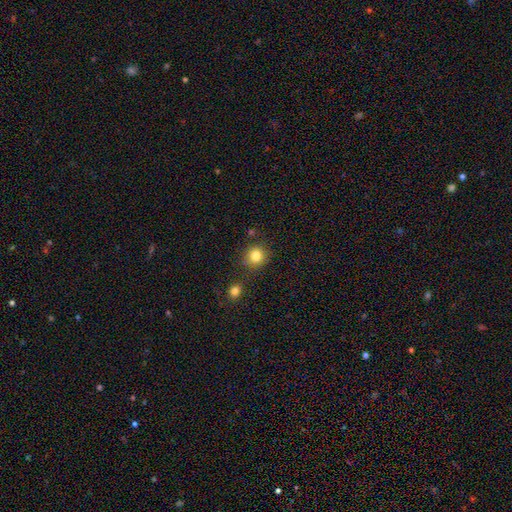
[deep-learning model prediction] Q: Smooth or featured?
A: smooth (82%); runner-up: star or artifact (11%)
Q: How rounded?
A: round (88%); runner-up: in between (11%)
Q: Merging?
A: none (80%); runner-up: minor disturbance (11%)